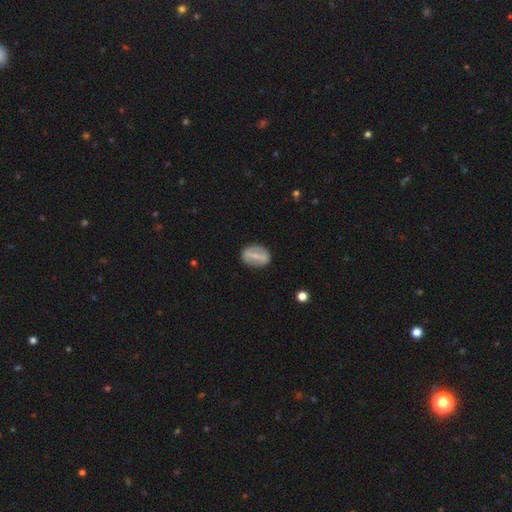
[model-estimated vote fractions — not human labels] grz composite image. It shows a featured or disk galaxy (55%). Merging: none (84%).